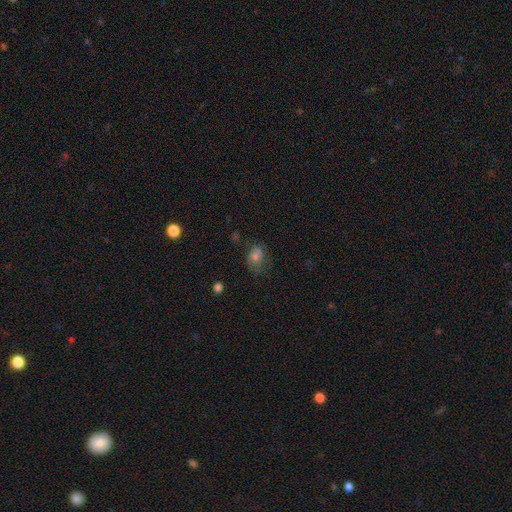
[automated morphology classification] type=smooth (62%); roundness=in between (60%); merging=none (51%).